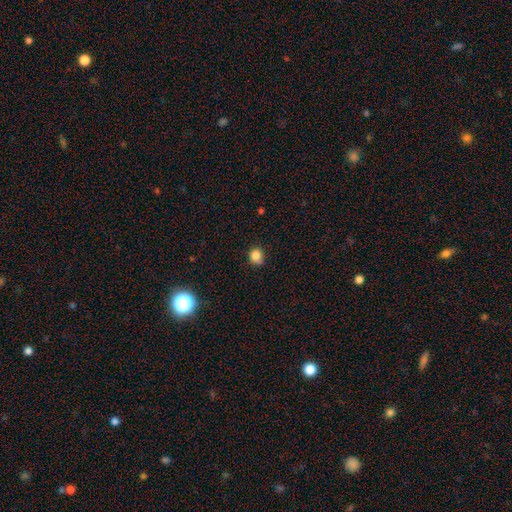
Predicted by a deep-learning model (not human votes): Smooth or featured: smooth — 82% (star or artifact — 12%)
How rounded: round — 75% (in between — 24%)
Merging: none — 66% (minor disturbance — 26%)